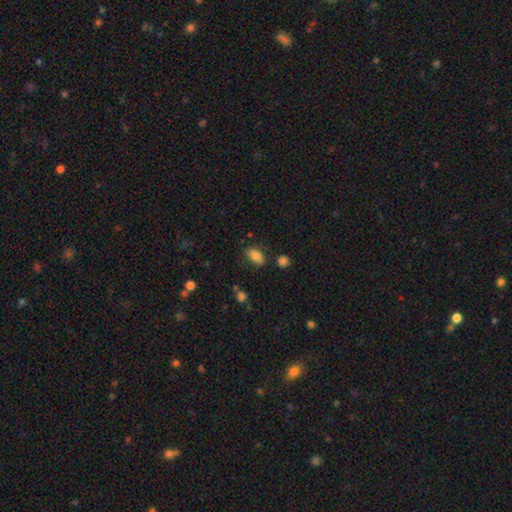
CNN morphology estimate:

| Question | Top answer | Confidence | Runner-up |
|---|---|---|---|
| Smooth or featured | smooth | 81% | featured or disk (10%) |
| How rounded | in between | 89% | round (7%) |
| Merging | none | 71% | minor disturbance (18%) |